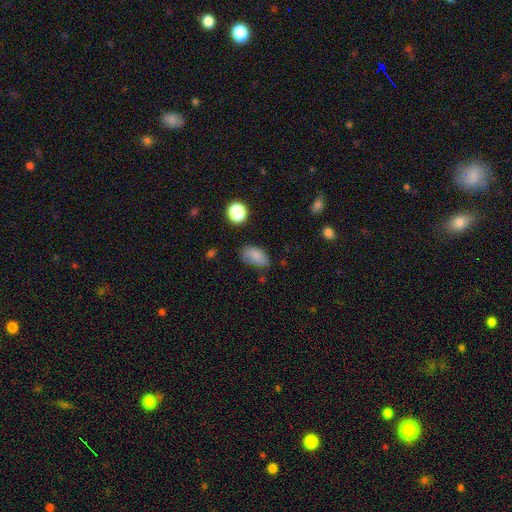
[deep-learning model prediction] smooth 83%, star or artifact 10%, featured or disk 7%. Down the decision tree: how rounded — in between (90%); merging — none (68%).